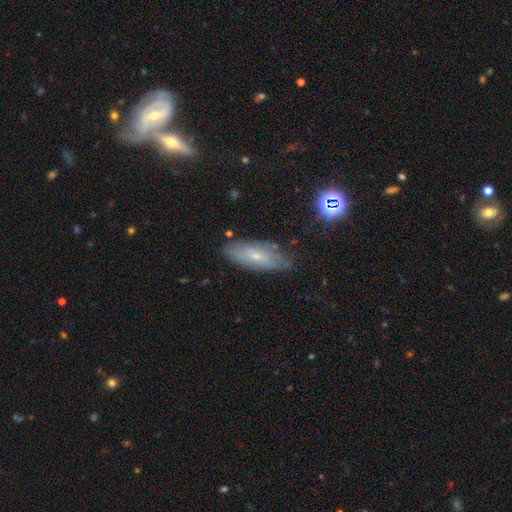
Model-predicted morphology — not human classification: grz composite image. It shows a featured or disk galaxy (48%). Merging: none (73%).